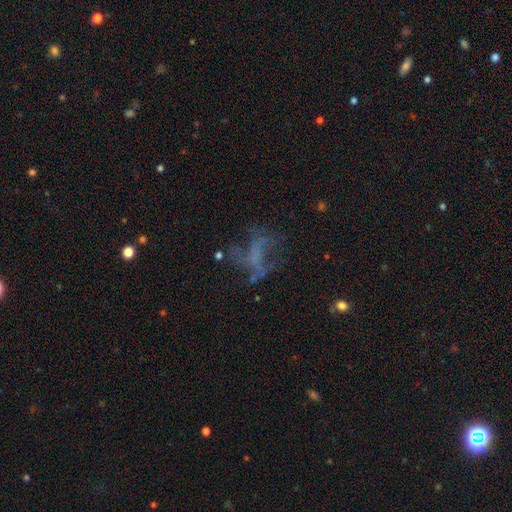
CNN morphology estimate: The model was most divided on "merging": none: 45%, major disturbance: 34%, minor disturbance: 16%, merger: 5%. More confident: edge-on disk — no (96%); smooth or featured — featured or disk (51%).